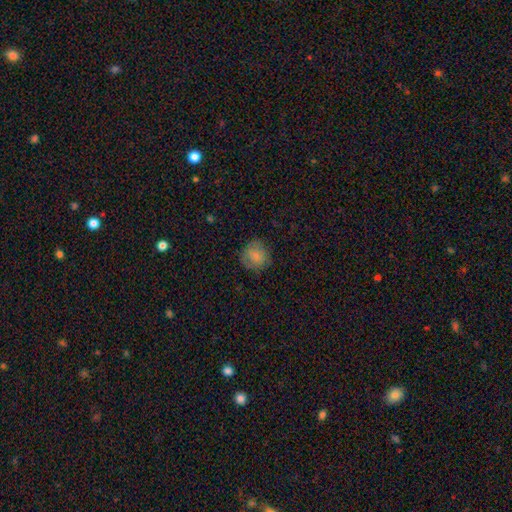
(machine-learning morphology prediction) Overall: smooth (82%). How rounded: round (88%). Merging: none (79%).